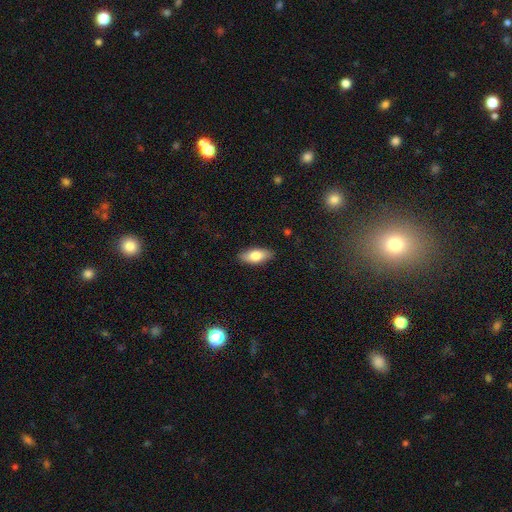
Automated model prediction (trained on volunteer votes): This appears to be a smooth galaxy with no disk features (77%) that is in between round and cigar-shaped (83%). Merging: none (87%).